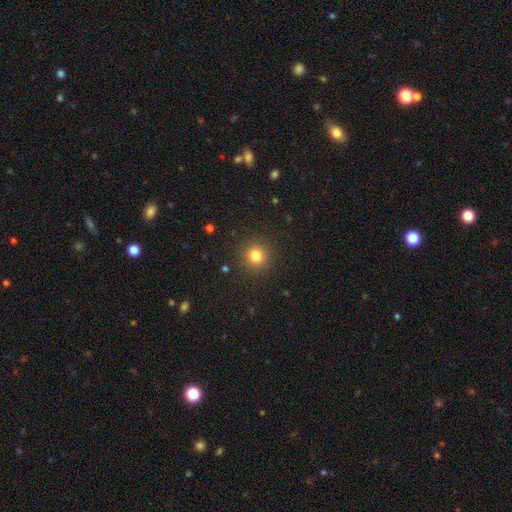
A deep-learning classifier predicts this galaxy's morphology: smooth-or-featured: smooth: 81% | star or artifact: 13% | featured or disk: 6%
  how-rounded: round: 94% | in between: 5% | cigar-shaped: 1%
  merging: none: 90% | minor disturbance: 6% | major disturbance: 3% | merger: 1%